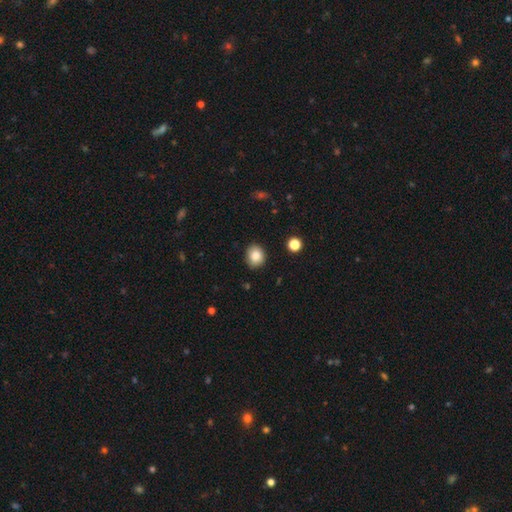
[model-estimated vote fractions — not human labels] A smooth galaxy with no disk features (86%) that is round (64%).

Vote fractions:
- Smooth or featured? smooth: 86% / star or artifact: 9% / featured or disk: 5%
- How rounded? round: 64% / in between: 35% / cigar-shaped: 1%
- Merging? none: 84% / minor disturbance: 12% / major disturbance: 3% / merger: 2%